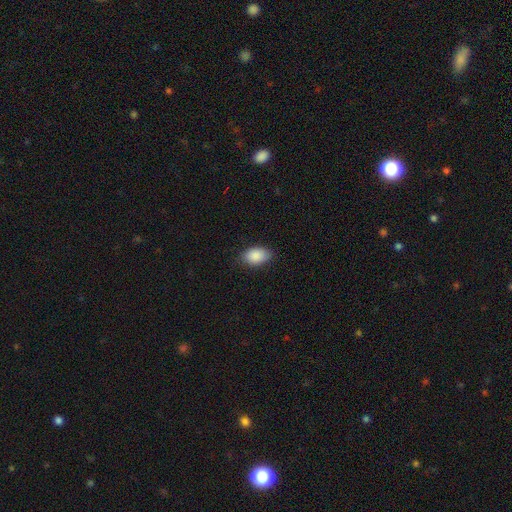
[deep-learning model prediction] Smooth or featured: smooth — 89% (star or artifact — 7%)
How rounded: in between — 92% (round — 7%)
Merging: none — 82% (minor disturbance — 14%)